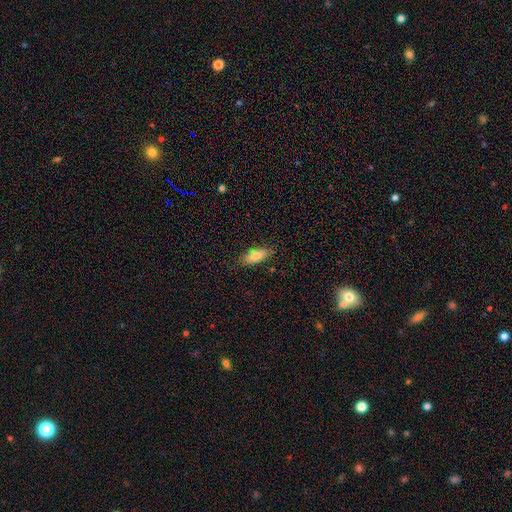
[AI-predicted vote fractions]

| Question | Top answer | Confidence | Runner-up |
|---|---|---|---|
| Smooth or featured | smooth | 80% | featured or disk (13%) |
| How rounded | in between | 76% | cigar-shaped (22%) |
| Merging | none | 85% | minor disturbance (11%) |